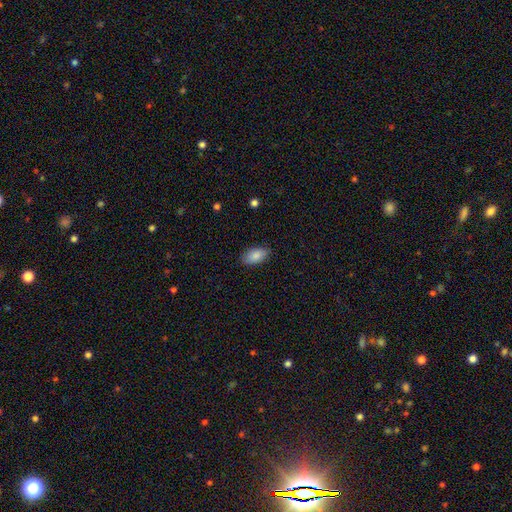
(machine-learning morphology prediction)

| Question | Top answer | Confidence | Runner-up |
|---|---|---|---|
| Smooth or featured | smooth | 86% | featured or disk (7%) |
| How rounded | in between | 93% | cigar-shaped (4%) |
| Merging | none | 85% | minor disturbance (12%) |